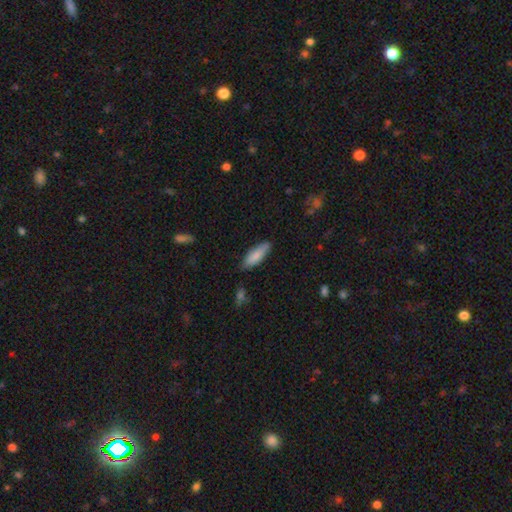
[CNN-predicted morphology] Smooth or featured: smooth — 84% (featured or disk — 10%)
How rounded: in between — 52% (cigar-shaped — 46%)
Merging: none — 80% (minor disturbance — 16%)